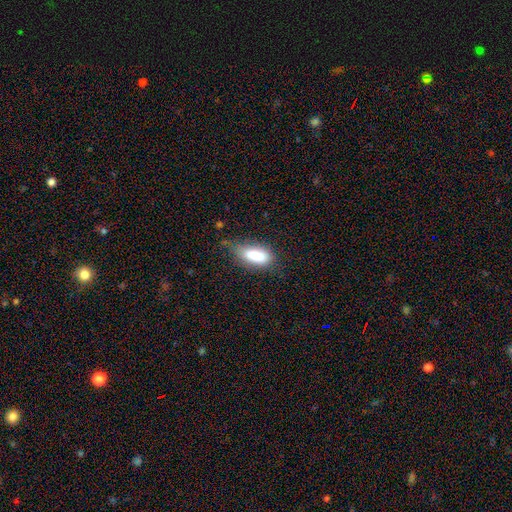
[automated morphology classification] This is clearly a smooth galaxy (83%). How rounded: clearly in between (83%). Merging: possibly none (51%).